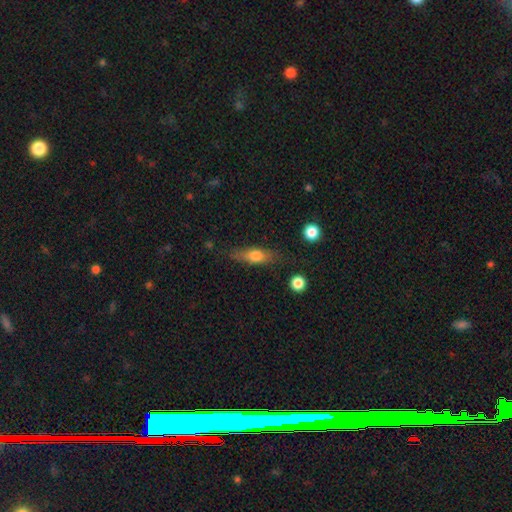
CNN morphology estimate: Smooth or featured: smooth — 65% (featured or disk — 28%)
How rounded: cigar-shaped — 48% (in between — 47%)
Merging: none — 72% (minor disturbance — 19%)